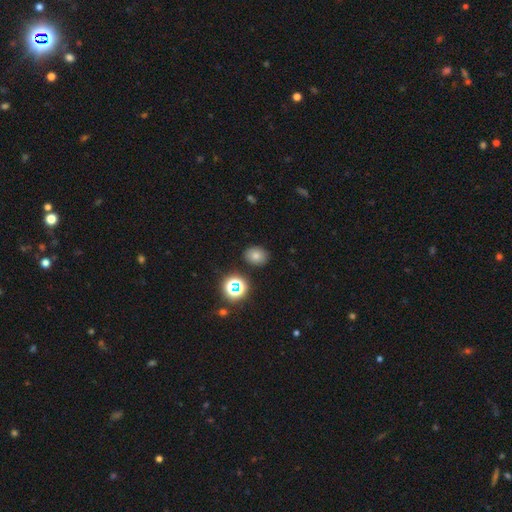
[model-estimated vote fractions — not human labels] A smooth galaxy with no disk features (65%) that is round (57%). Merging: none (86%).